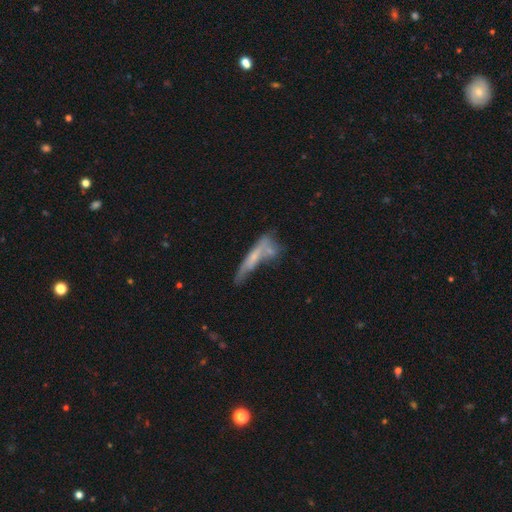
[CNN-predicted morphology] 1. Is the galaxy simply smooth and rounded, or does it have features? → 45% smooth (tied), 45% featured or disk (tied), 11% star or artifact.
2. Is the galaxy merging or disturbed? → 34% none, 29% merger, 20% minor disturbance, 18% major disturbance.